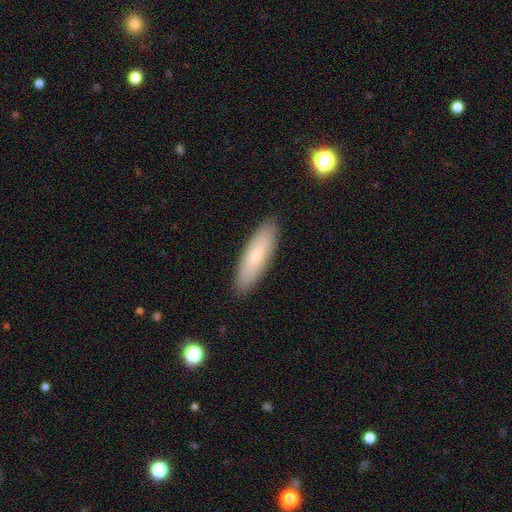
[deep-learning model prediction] A smooth galaxy with no disk features (78%) that is cigar-shaped (55%). Merging: none (89%).